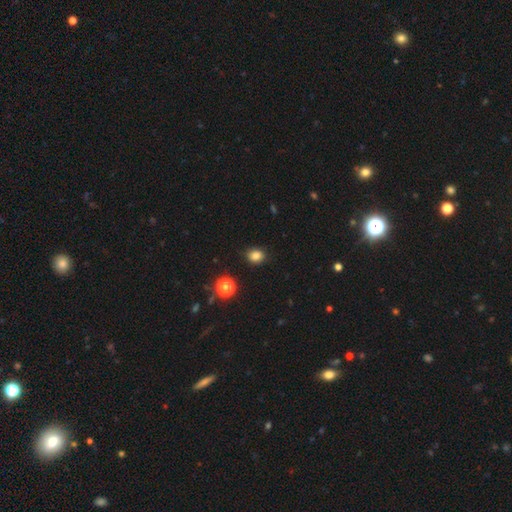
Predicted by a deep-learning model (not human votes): A smooth galaxy with no disk features (82%) that is round (66%).

Vote fractions:
- Smooth or featured? smooth: 82% / star or artifact: 13% / featured or disk: 5%
- How rounded? round: 66% / in between: 33% / cigar-shaped: 1%
- Merging? none: 87% / minor disturbance: 9% / major disturbance: 2% / merger: 2%